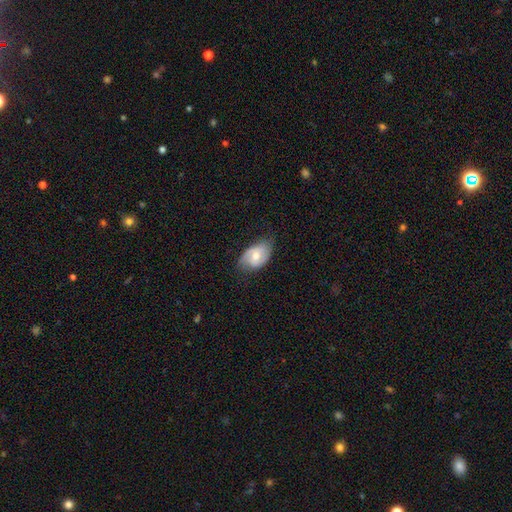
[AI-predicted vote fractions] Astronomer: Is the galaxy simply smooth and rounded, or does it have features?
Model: smooth — 47% (runner-up: featured or disk, 46%).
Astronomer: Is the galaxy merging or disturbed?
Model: none — 65%.